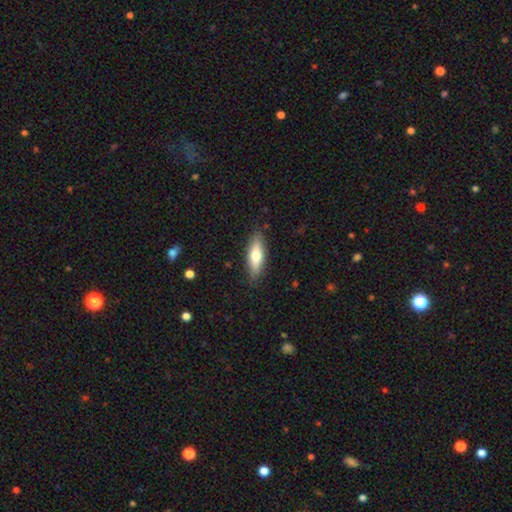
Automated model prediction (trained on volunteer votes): The model was most divided on "how rounded" (2-way tie): in between: 49%, cigar-shaped: 49%, round: 2%. More confident: merging — none (87%); smooth or featured — smooth (66%).